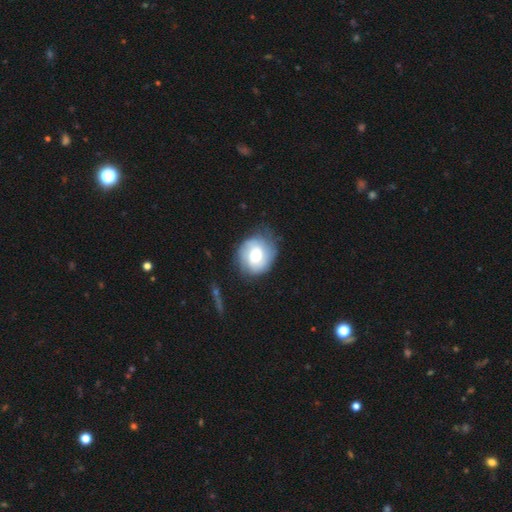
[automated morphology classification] A featured or disk galaxy (56%) with no bar (57%), spiral arms (85%) and a moderate central bulge (58%).

Vote fractions:
- Smooth or featured? featured or disk: 56% / smooth: 37% / star or artifact: 7%
- Edge-on disk? no: 97% / yes: 3%
- Bar? no: 57% / weak: 35% / strong: 8%
- Spiral arms? yes: 85% / no: 15%
- Bulge size? moderate: 58% / large: 31% / small: 7% / dominant: 3% / none: 1%
- Merging? none: 68% / minor disturbance: 22% / major disturbance: 9% / merger: 1%